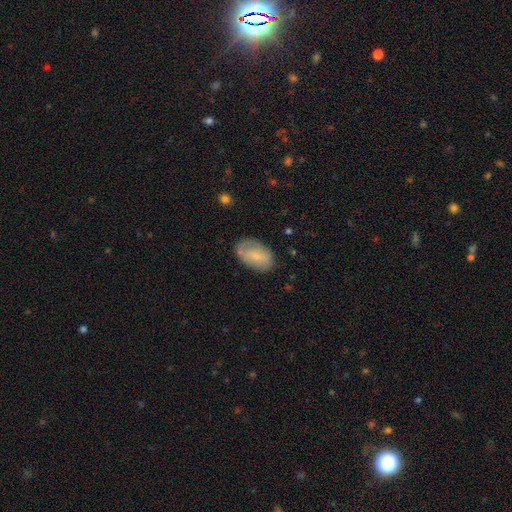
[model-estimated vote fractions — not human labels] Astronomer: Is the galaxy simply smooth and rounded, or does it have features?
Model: smooth — 71%.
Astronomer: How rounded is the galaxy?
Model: in between — 92%.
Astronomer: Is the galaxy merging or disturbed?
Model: none — 69%.